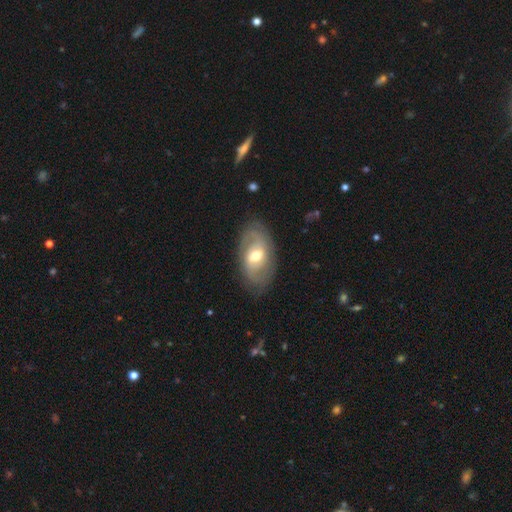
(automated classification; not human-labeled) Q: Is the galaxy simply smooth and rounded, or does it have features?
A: featured or disk — 68%.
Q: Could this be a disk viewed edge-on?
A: no — 93%.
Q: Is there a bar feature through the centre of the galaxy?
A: weak — 50%.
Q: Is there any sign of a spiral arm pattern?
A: yes — 79%.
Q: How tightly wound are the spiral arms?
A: tight — 38%, tied with medium.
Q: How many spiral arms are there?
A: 2 — 61%.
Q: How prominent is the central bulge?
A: moderate — 70%.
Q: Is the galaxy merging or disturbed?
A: none — 78%.